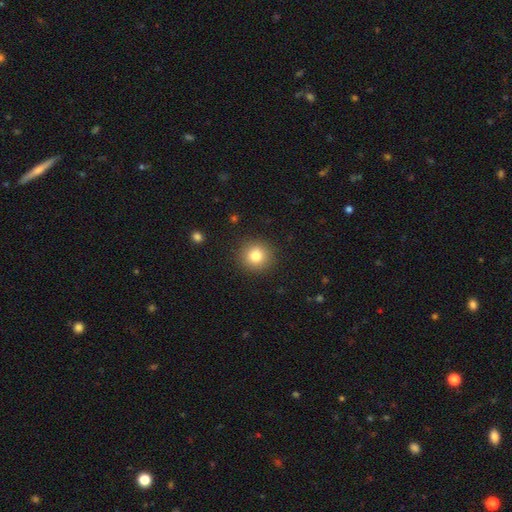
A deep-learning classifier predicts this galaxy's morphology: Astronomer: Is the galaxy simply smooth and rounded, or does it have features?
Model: smooth — 81%.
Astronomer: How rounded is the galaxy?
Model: round — 92%.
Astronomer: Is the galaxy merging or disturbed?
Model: none — 90%.